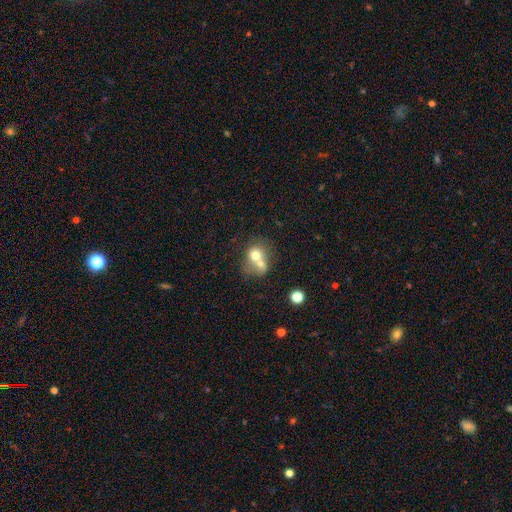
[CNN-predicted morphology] Smooth or featured: smooth — 67% (featured or disk — 23%)
How rounded: round — 66% (in between — 33%)
Merging: merger — 67% (none — 22%)